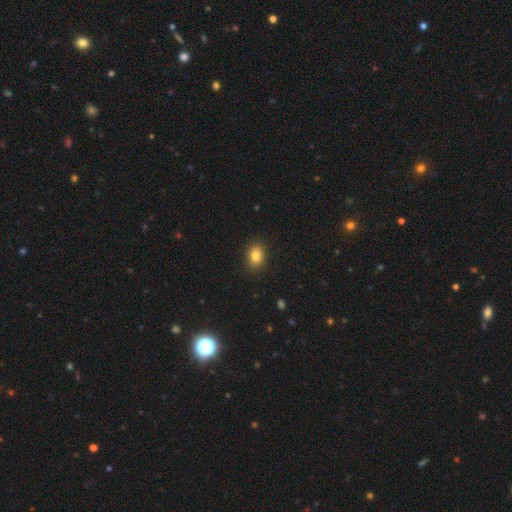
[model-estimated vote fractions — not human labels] Smooth or featured? Predicted: smooth (p=0.83). How rounded? Predicted: in between (p=0.65). Merging? Predicted: none (p=0.89).